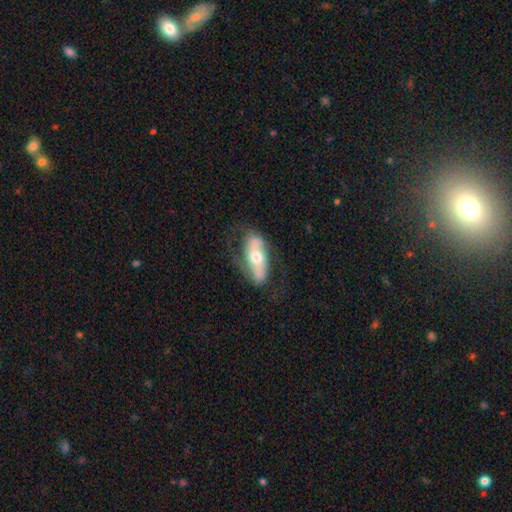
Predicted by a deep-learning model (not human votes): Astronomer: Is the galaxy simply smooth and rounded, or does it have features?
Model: featured or disk — 63%.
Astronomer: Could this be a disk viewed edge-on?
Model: no — 80%.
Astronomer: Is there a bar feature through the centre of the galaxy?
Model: no — 47% (runner-up: strong, 31%).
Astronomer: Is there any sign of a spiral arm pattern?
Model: yes — 71%.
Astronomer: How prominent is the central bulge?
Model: moderate — 67%.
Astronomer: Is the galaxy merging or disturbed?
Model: none — 64%.